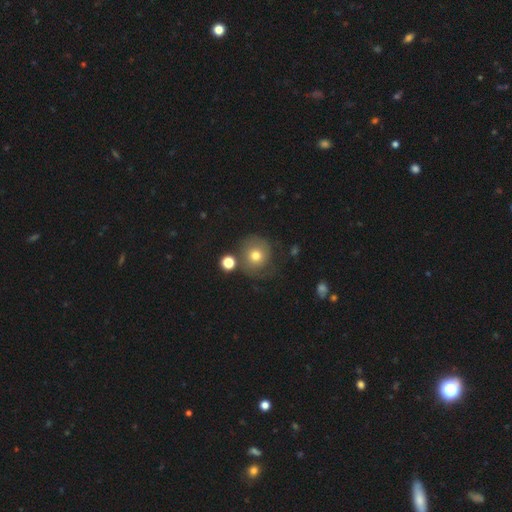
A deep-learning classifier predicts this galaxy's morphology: A smooth galaxy with no disk features (66%) that is round (88%). Merging: none (63%).